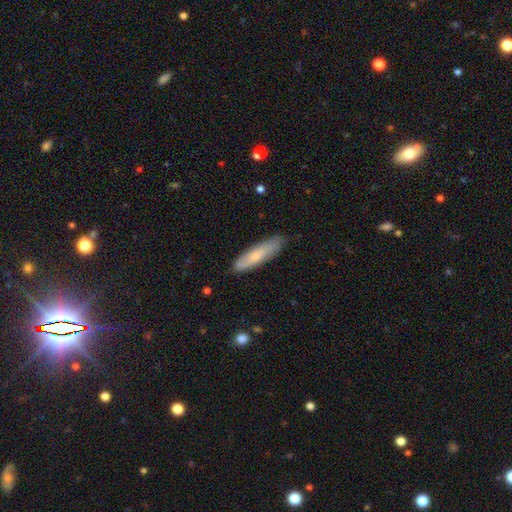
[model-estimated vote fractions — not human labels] Smooth or featured? Predicted: smooth (p=0.70). How rounded? Predicted: cigar-shaped (p=0.74). Merging? Predicted: none (p=0.81).